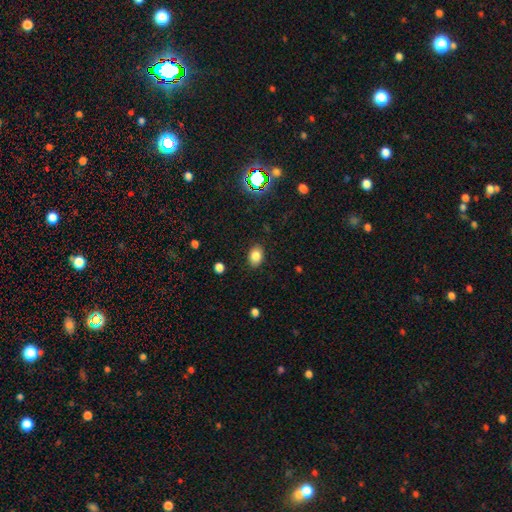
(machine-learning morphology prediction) Q: Smooth or featured?
A: smooth (83%); runner-up: star or artifact (11%)
Q: How rounded?
A: in between (73%); runner-up: round (26%)
Q: Merging?
A: none (86%); runner-up: minor disturbance (10%)